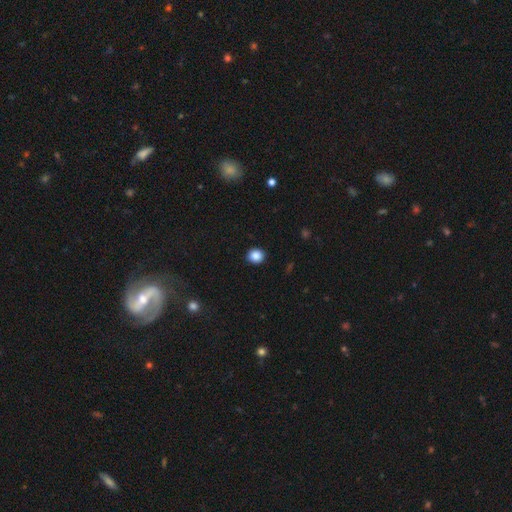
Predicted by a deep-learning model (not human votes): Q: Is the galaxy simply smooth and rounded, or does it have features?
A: smooth — 88%.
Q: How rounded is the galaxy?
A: round — 83%.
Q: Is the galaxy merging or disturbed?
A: none — 92%.